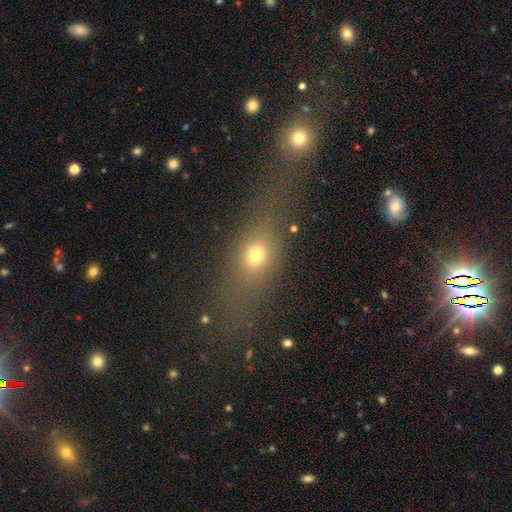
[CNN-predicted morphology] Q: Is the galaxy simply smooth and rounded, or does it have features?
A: smooth — 61%.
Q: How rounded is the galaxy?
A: in between — 49%.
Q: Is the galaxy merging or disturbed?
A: none — 51%.